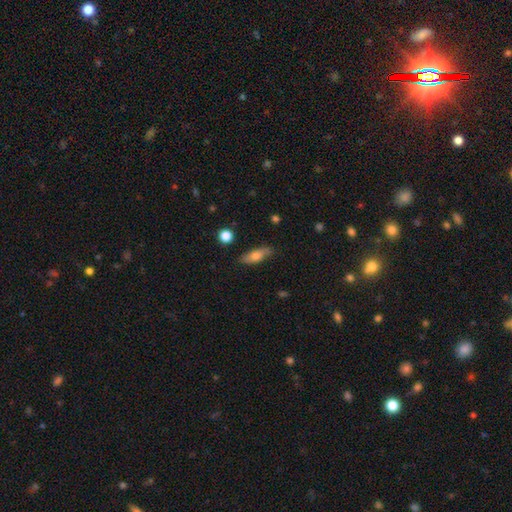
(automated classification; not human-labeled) Overall: smooth (67%). How rounded: in between (60%; cigar-shaped 36%). Merging: none (80%).